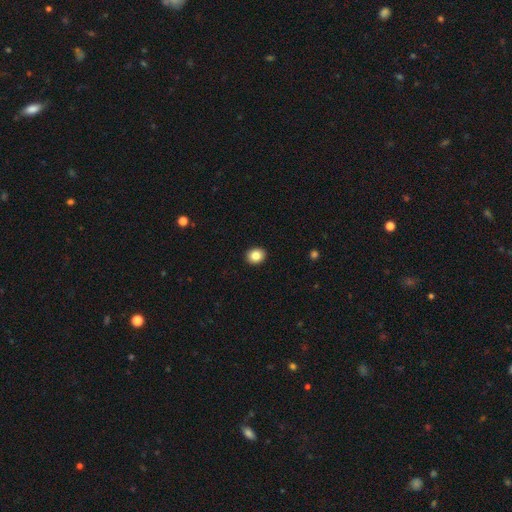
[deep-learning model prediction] Smooth or featured? smooth (84%)
How rounded? round (71%)
Merging? none (93%)